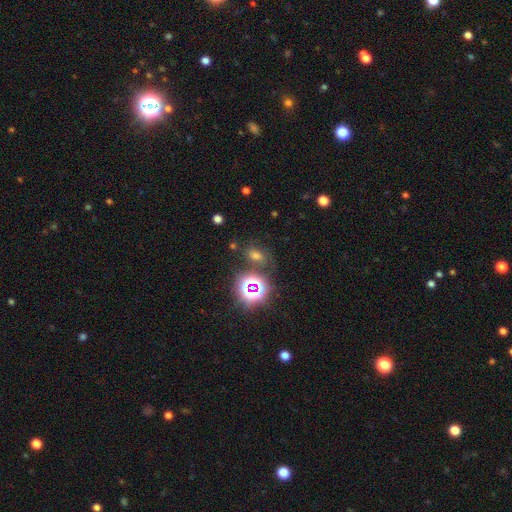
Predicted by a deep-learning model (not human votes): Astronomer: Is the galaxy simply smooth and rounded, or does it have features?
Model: smooth — 52% (runner-up: star or artifact, 37%).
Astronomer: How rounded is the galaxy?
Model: in between — 69%.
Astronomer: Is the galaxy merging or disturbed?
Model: none — 73%.